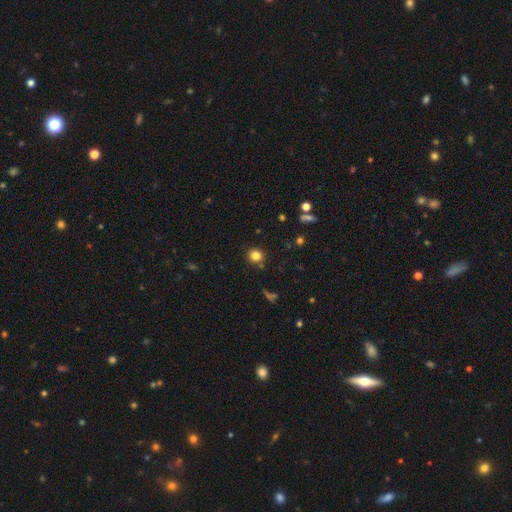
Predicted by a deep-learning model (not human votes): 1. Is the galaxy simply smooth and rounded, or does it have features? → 81% smooth, 13% star or artifact, 6% featured or disk.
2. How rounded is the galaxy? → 90% round, 9% in between, 1% cigar-shaped.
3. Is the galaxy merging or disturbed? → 87% none, 7% minor disturbance, 4% merger, 2% major disturbance.